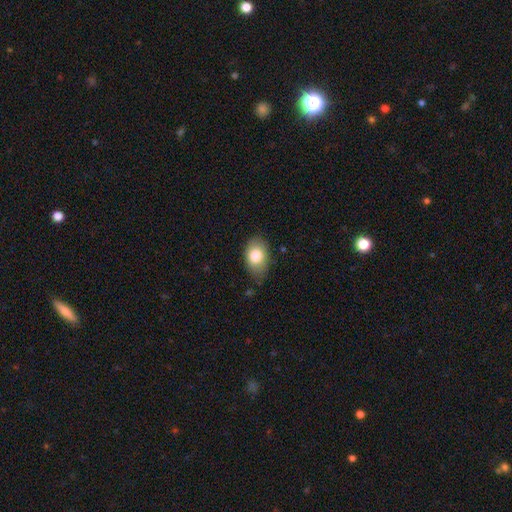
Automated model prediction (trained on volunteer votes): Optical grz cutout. It shows a smooth galaxy with no disk features (81%) that is in between round and cigar-shaped (84%). Merging: none (74%).